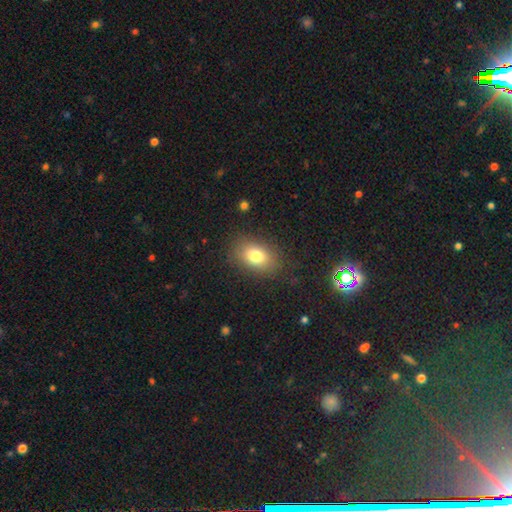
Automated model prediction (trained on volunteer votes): Smooth or featured?
  - smooth: 78% *
  - featured or disk: 11%
  - star or artifact: 11%
How rounded?
  - in between: 78% *
  - round: 20%
  - cigar-shaped: 1%
Merging?
  - none: 83% *
  - minor disturbance: 11%
  - major disturbance: 4%
  - merger: 1%